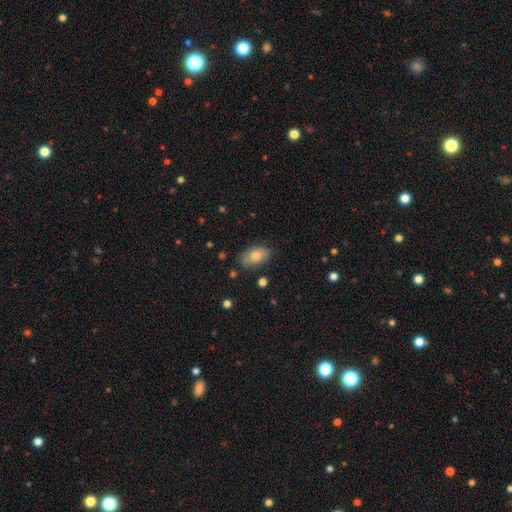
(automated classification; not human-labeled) Q: Smooth or featured?
A: smooth (76%); runner-up: featured or disk (15%)
Q: How rounded?
A: in between (90%); runner-up: round (7%)
Q: Merging?
A: none (80%); runner-up: minor disturbance (15%)